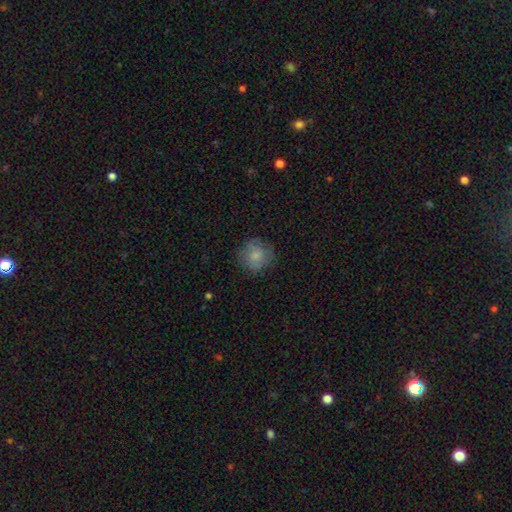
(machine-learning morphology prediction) Smooth or featured? smooth (78%)
How rounded? round (89%)
Merging? none (78%)